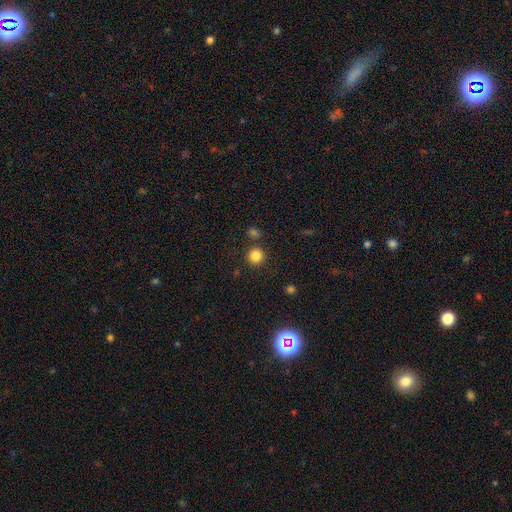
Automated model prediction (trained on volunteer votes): smooth-or-featured: smooth: 84% | star or artifact: 12% | featured or disk: 4%
  how-rounded: round: 94% | in between: 5% | cigar-shaped: 1%
  merging: none: 85% | minor disturbance: 7% | merger: 6% | major disturbance: 3%